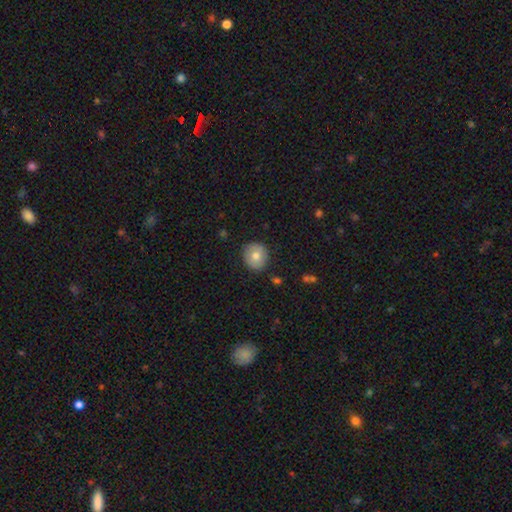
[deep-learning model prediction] smooth_or_featured: smooth (p=0.76) [alt: featured or disk p=0.16]
how_rounded: round (p=0.83) [alt: in between p=0.16]
merging: none (p=0.86) [alt: minor disturbance p=0.11]